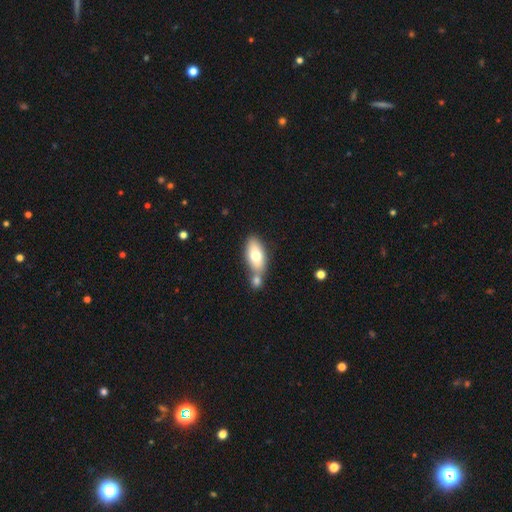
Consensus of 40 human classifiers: This is likely a smooth galaxy (72%). How rounded: clearly in between (86%). Merging: possibly merger (49%).